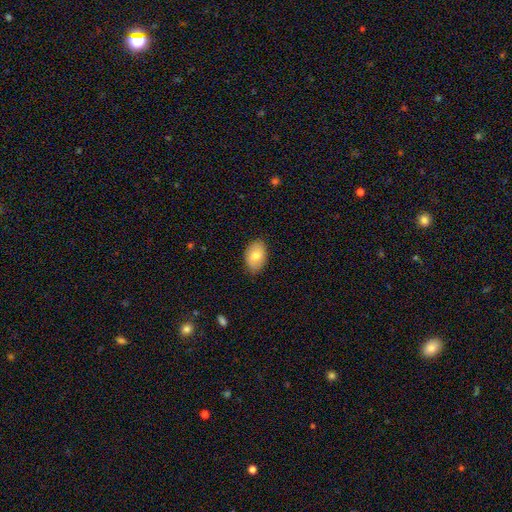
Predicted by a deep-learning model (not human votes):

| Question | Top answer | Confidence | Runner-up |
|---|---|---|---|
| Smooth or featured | smooth | 78% | featured or disk (15%) |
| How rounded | in between | 86% | round (13%) |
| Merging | none | 84% | minor disturbance (13%) |